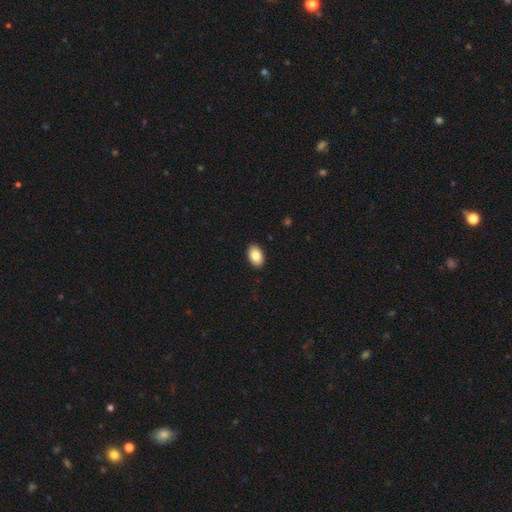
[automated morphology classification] This is clearly a smooth galaxy (84%). How rounded: clearly in between (91%). Merging: clearly none (91%).